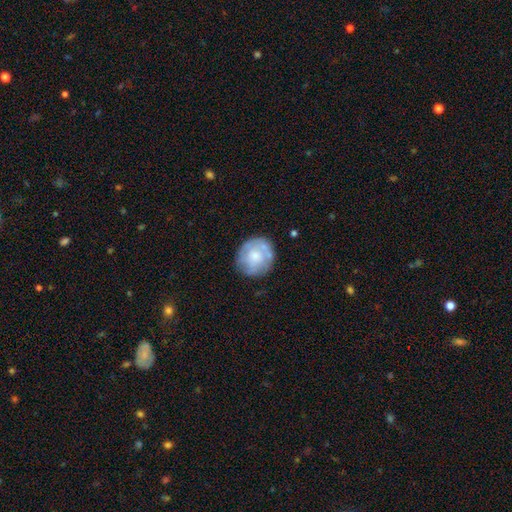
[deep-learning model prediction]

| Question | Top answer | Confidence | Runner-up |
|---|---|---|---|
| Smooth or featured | featured or disk | 47% | smooth (46%) |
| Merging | none | 72% | minor disturbance (19%) |